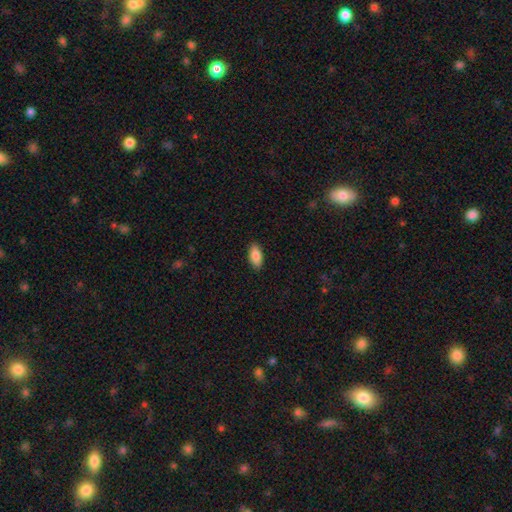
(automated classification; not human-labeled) Smooth or featured?
  - smooth: 87% *
  - featured or disk: 7%
  - star or artifact: 6%
How rounded?
  - in between: 90% *
  - cigar-shaped: 7%
  - round: 2%
Merging?
  - none: 89% *
  - minor disturbance: 8%
  - major disturbance: 2%
  - merger: 1%